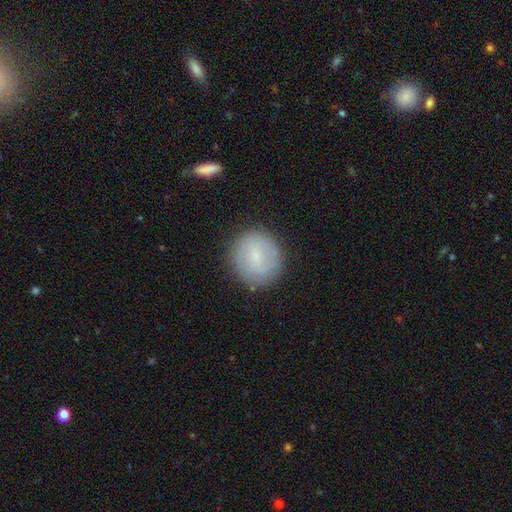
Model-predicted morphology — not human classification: Overall: smooth (69%). How rounded: round (87%). Merging: none (86%).